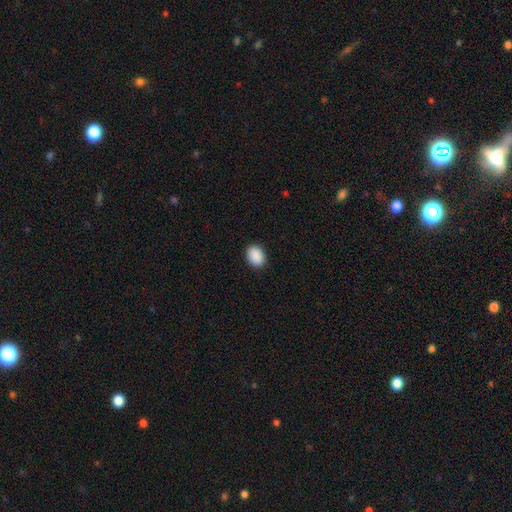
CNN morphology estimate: Q: Smooth or featured?
A: smooth (90%); runner-up: star or artifact (7%)
Q: How rounded?
A: in between (71%); runner-up: round (28%)
Q: Merging?
A: none (90%); runner-up: minor disturbance (7%)